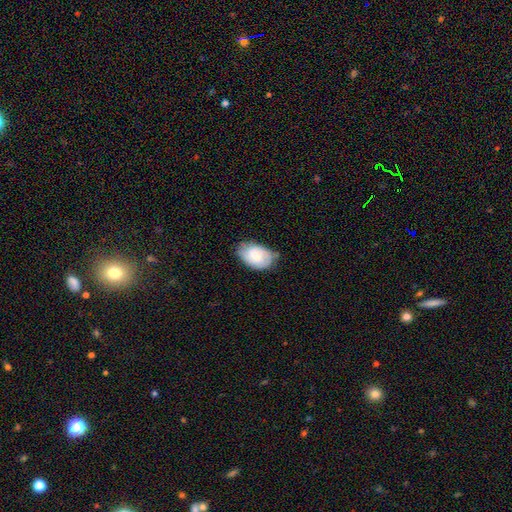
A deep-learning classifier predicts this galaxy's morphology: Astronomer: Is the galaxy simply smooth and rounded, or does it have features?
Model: smooth — 53% (runner-up: featured or disk, 41%).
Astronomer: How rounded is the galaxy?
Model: in between — 89%.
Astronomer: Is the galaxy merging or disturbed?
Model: none — 64%.